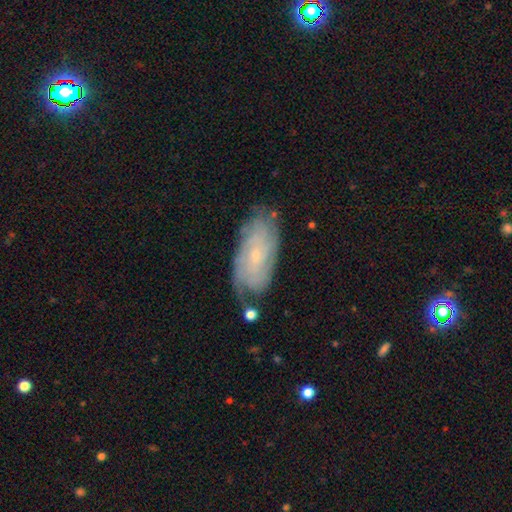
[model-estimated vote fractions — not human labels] Smooth or featured?
  - featured or disk: 68% *
  - smooth: 23%
  - star or artifact: 8%
Edge-on disk?
  - no: 91% *
  - yes: 9%
Bar?
  - no: 73% *
  - weak: 23%
  - strong: 4%
Spiral arms?
  - yes: 89% *
  - no: 11%
Spiral winding?
  - tight: 69% *
  - medium: 24%
  - loose: 7%
Spiral arm count?
  - can't tell: 53% *
  - 2: 13%
  - 4: 13%
  - 3: 11%
  - more than 4: 6%
  - 1: 4%
Bulge size?
  - small: 77% *
  - moderate: 18%
  - none: 3%
  - large: 1%
  - dominant: 1%
Merging?
  - none: 73% *
  - minor disturbance: 19%
  - major disturbance: 5%
  - merger: 3%